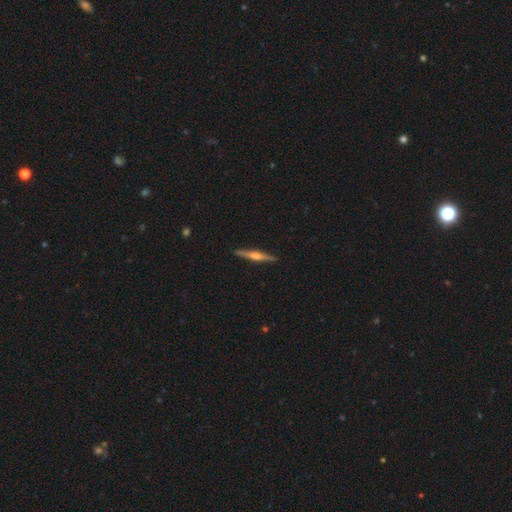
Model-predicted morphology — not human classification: Overall: featured or disk (75%). Edge-on disk: yes (98%). Edge-on bulge: rounded (85%). Merging: none (92%).